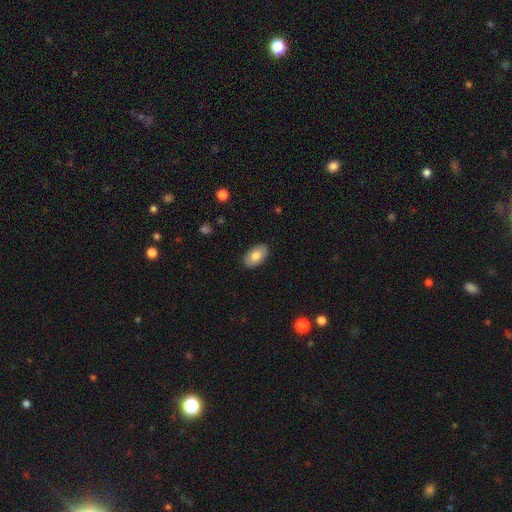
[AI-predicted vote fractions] A smooth galaxy with no disk features (75%) that is in between round and cigar-shaped (94%). Merging: none (87%).